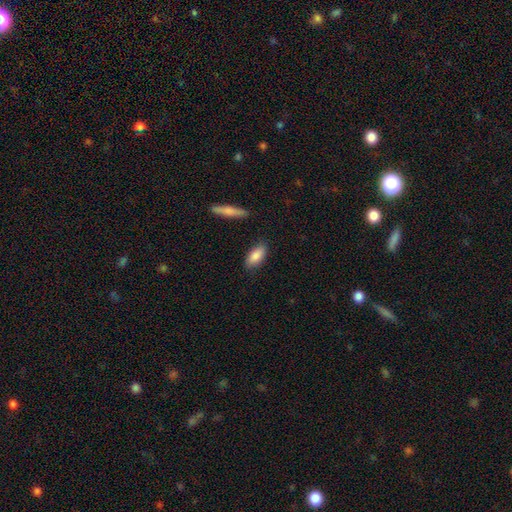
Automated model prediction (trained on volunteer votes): Smooth or featured? smooth (85%)
How rounded? in between (84%)
Merging? none (83%)